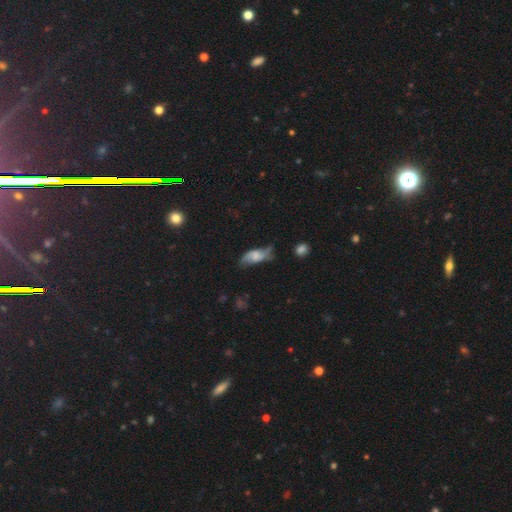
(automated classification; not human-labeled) smooth-or-featured: smooth: 49% | featured or disk: 42% | star or artifact: 9%
  merging: none: 47% | minor disturbance: 33% | major disturbance: 16% | merger: 4%